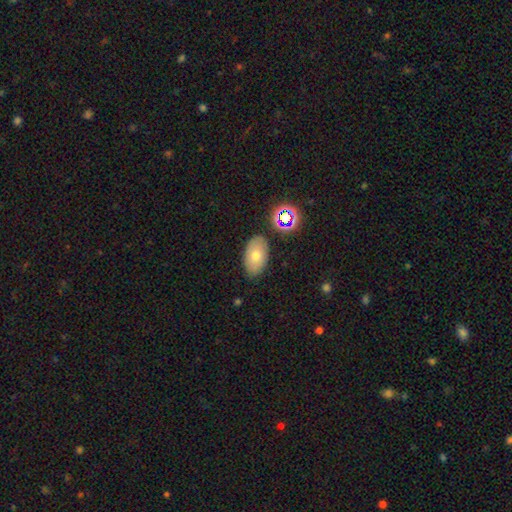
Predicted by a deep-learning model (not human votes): Q: Smooth or featured?
A: smooth (67%); runner-up: featured or disk (21%)
Q: How rounded?
A: in between (91%); runner-up: round (8%)
Q: Merging?
A: none (82%); runner-up: minor disturbance (12%)